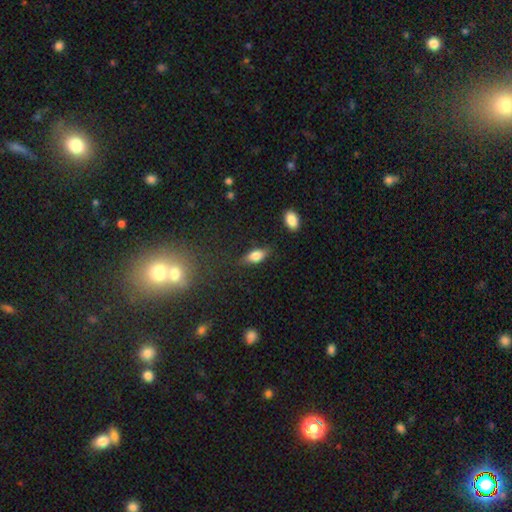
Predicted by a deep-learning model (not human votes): The model was most divided on "smooth or featured": smooth: 72%, featured or disk: 20%, star or artifact: 7%. More confident: merging — none (81%); how rounded — in between (77%).